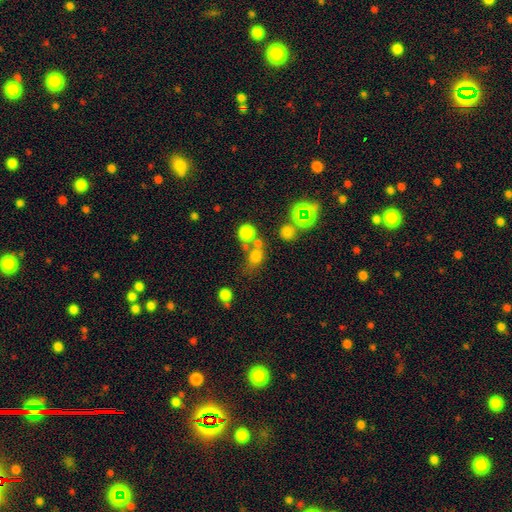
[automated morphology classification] Smooth or featured: smooth — 69% (star or artifact — 21%)
How rounded: round — 69% (in between — 29%)
Merging: none — 52% (merger — 29%)